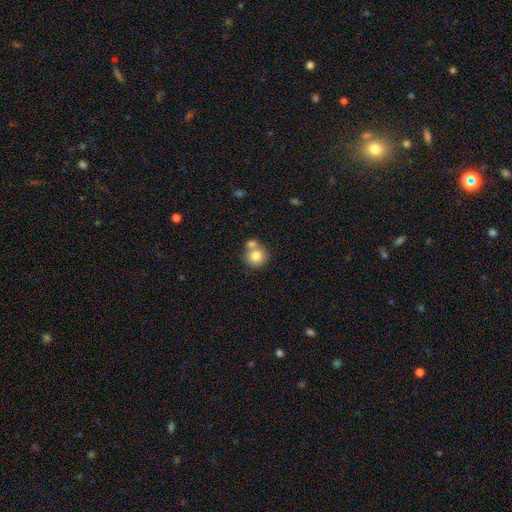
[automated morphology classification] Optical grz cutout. It shows a smooth galaxy with no disk features (79%) that is round (88%). Merging: none (50%).